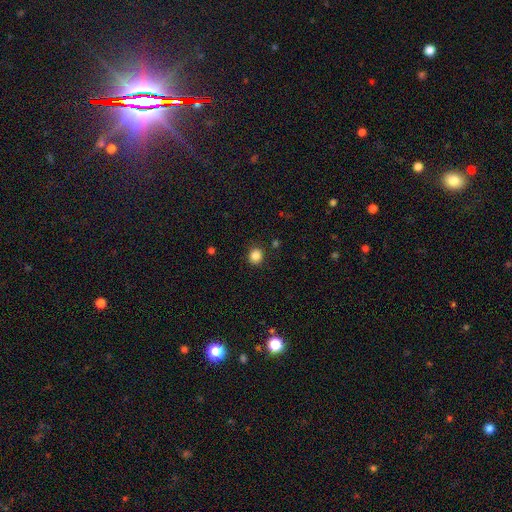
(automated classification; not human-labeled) Smooth or featured? smooth (85%)
How rounded? round (86%)
Merging? none (89%)